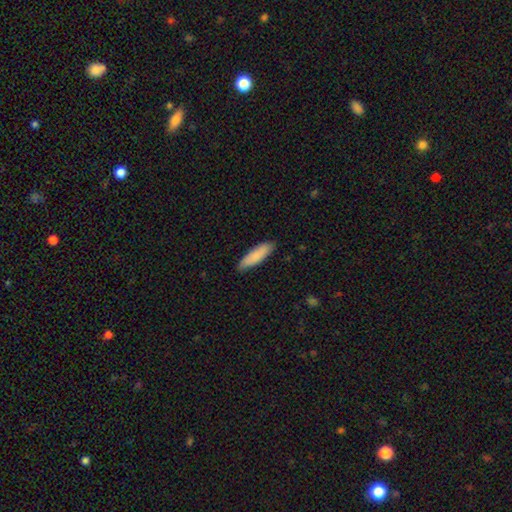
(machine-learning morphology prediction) Smooth or featured?
  - smooth: 87% *
  - featured or disk: 8%
  - star or artifact: 5%
How rounded?
  - cigar-shaped: 61% *
  - in between: 37%
  - round: 1%
Merging?
  - none: 86% *
  - minor disturbance: 12%
  - major disturbance: 2%
  - merger: 1%